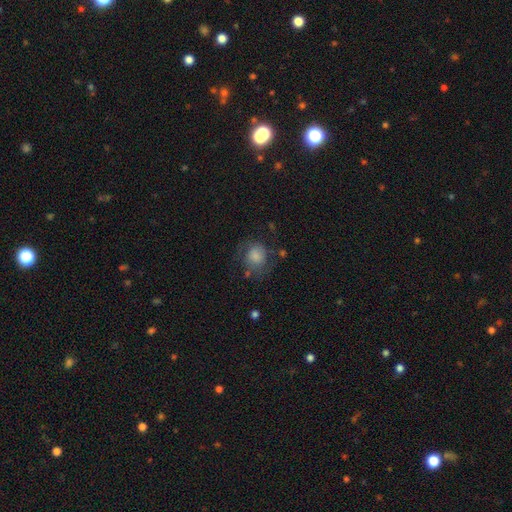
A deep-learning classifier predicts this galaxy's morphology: A smooth galaxy with no disk features (55%) that is round (73%).

Vote fractions:
- Smooth or featured? smooth: 55% / featured or disk: 36% / star or artifact: 9%
- How rounded? round: 73% / in between: 26% / cigar-shaped: 1%
- Merging? none: 54% / minor disturbance: 23% / major disturbance: 20% / merger: 3%